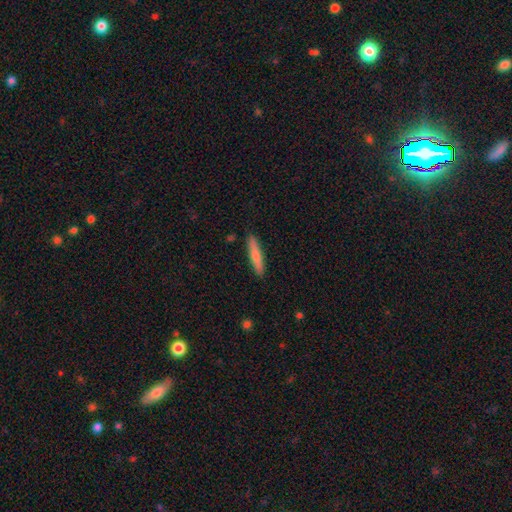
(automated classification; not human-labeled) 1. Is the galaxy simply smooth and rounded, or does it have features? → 71% smooth, 24% featured or disk, 5% star or artifact.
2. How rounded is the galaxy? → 88% cigar-shaped, 10% in between, 1% round.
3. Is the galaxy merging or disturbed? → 89% none, 8% minor disturbance, 2% major disturbance, 1% merger.